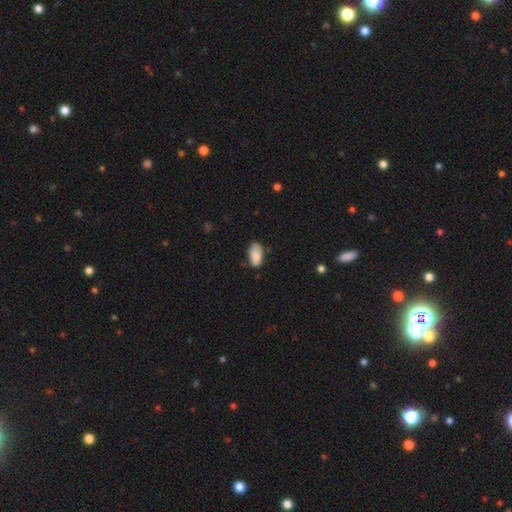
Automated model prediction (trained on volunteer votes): smooth 87%, star or artifact 7%, featured or disk 6%. Down the decision tree: how rounded — in between (94%); merging — none (68%).